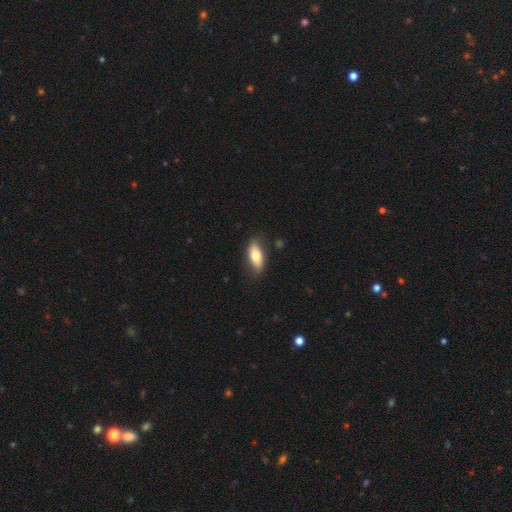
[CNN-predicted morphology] smooth_or_featured: smooth (p=0.74) [alt: featured or disk p=0.20]
how_rounded: in between (p=0.86) [alt: cigar-shaped p=0.11]
merging: none (p=0.80) [alt: minor disturbance p=0.15]